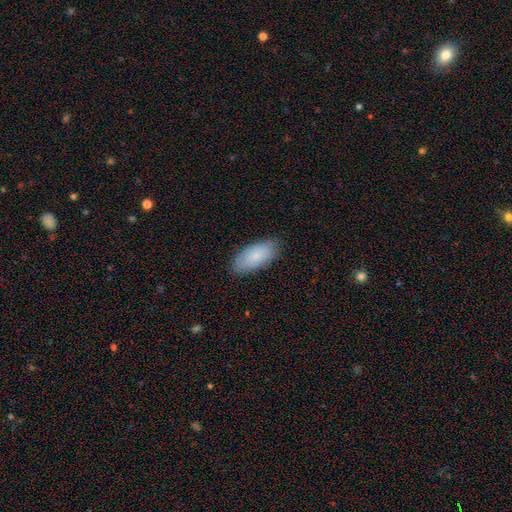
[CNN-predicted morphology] Smooth or featured? smooth (82%)
How rounded? in between (90%)
Merging? none (84%)